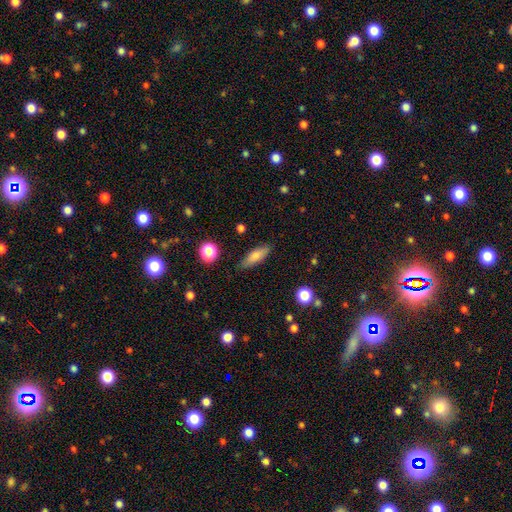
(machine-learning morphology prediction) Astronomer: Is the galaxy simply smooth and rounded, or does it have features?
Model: smooth — 73%.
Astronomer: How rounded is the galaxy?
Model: in between — 50% (runner-up: cigar-shaped, 47%).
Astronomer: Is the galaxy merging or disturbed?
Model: none — 84%.